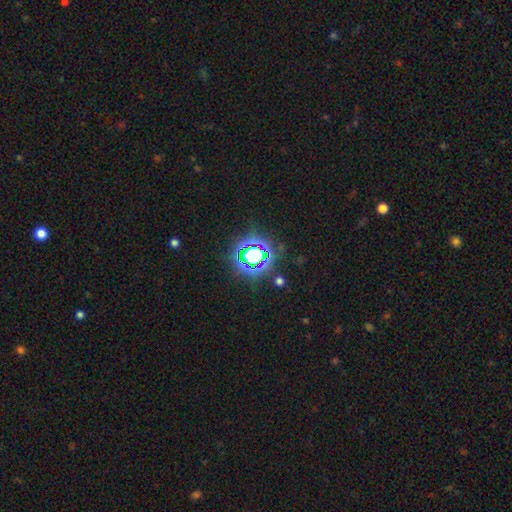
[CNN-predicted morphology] Overall: star or artifact (76%).